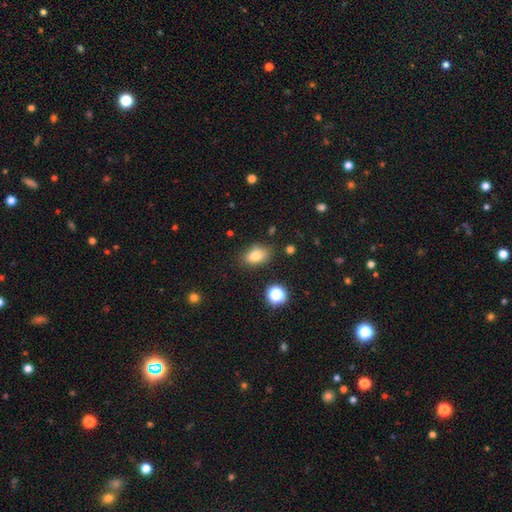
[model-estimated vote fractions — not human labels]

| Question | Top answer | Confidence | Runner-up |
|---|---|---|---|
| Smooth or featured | smooth | 79% | star or artifact (12%) |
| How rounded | in between | 79% | round (19%) |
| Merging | none | 80% | minor disturbance (14%) |